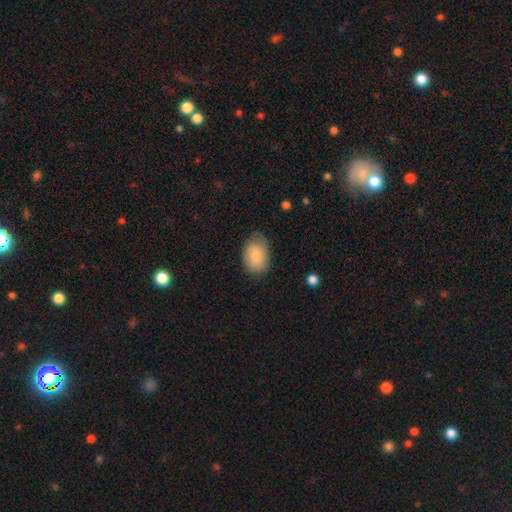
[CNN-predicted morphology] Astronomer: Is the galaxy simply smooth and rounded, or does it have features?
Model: smooth — 83%.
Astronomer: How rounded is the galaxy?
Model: in between — 81%.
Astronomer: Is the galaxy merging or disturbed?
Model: none — 69%.